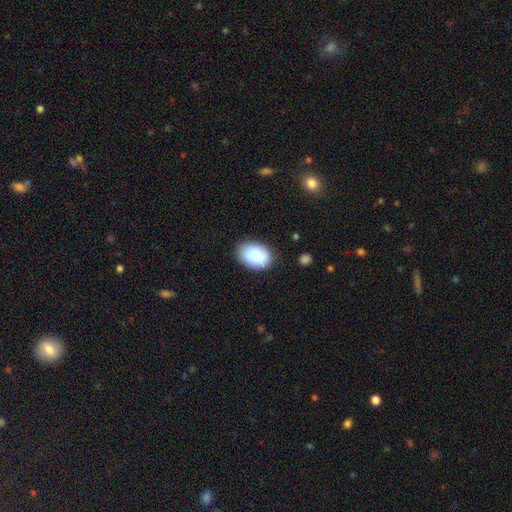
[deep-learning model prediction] Morphology: type=smooth (87%); roundness=in between (85%); merging=none (81%).